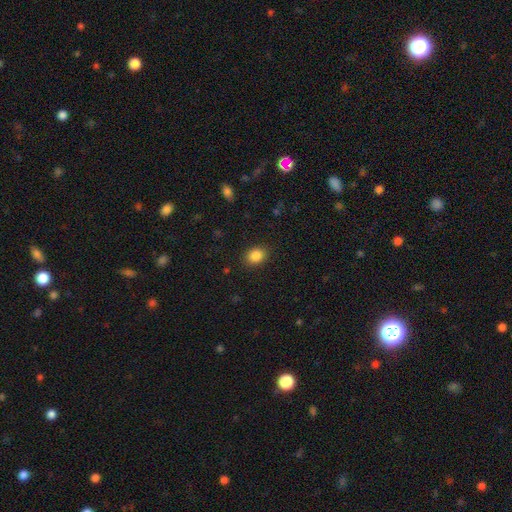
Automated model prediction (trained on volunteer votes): Overall: smooth (86%). How rounded: in between (57%; round 42%). Merging: none (87%).